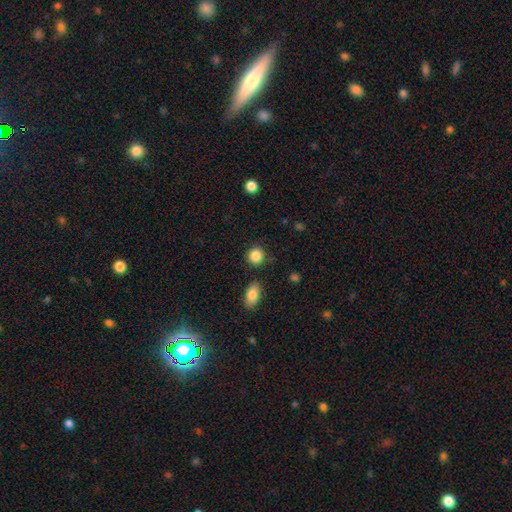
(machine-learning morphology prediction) This appears to be a smooth galaxy with no disk features (87%) that is round (86%). Merging: none (85%).